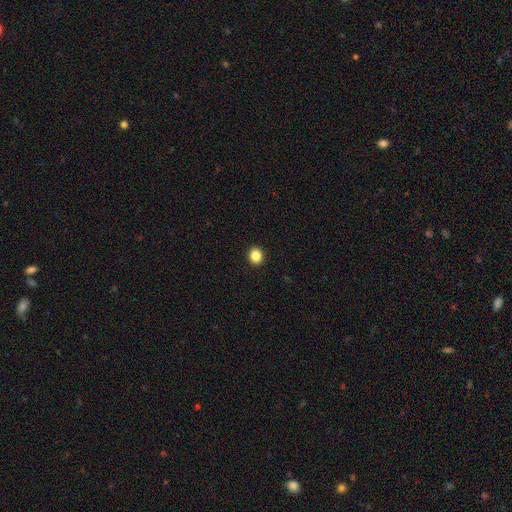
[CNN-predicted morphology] smooth 86%, star or artifact 10%, featured or disk 4%. Down the decision tree: how rounded — round (77%); merging — none (93%).